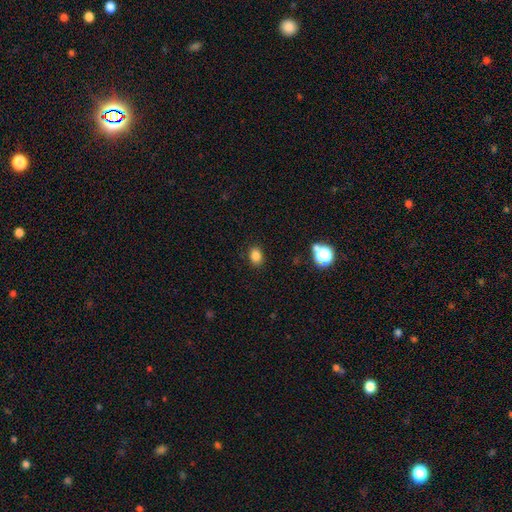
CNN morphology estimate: This appears to be a smooth galaxy with no disk features (83%) that is in between round and cigar-shaped (63%). Merging: none (87%).